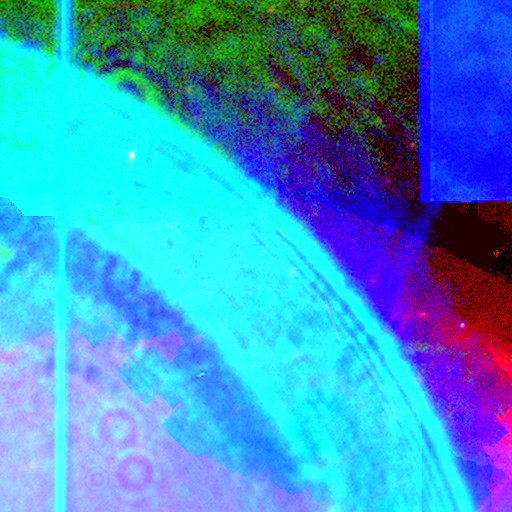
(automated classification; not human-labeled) Q: Smooth or featured?
A: star or artifact (85%); runner-up: featured or disk (8%)